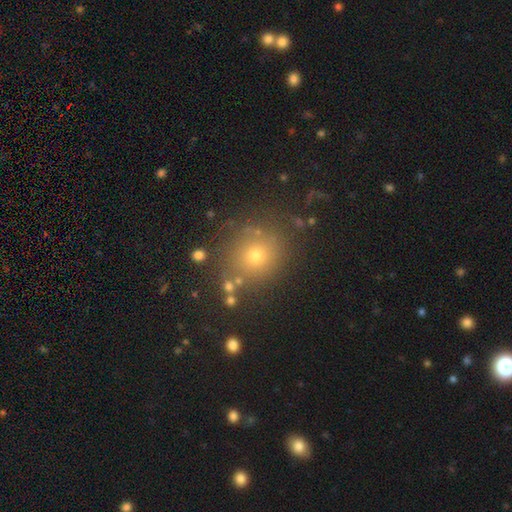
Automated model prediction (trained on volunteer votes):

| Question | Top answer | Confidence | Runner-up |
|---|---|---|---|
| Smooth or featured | smooth | 69% | star or artifact (20%) |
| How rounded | round | 84% | in between (15%) |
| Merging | none | 81% | minor disturbance (10%) |